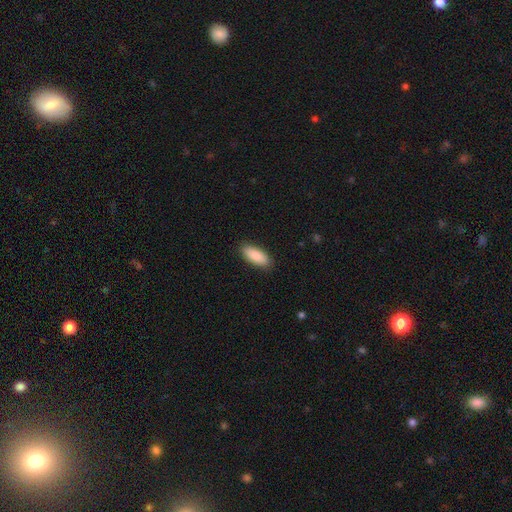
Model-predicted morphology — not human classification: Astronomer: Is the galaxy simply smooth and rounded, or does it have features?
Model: smooth — 89%.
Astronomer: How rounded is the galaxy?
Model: in between — 84%.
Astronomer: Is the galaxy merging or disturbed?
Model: none — 88%.